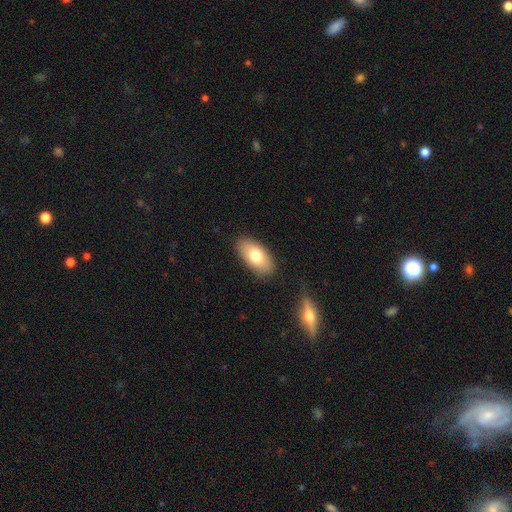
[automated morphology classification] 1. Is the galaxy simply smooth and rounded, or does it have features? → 73% smooth, 19% featured or disk, 7% star or artifact.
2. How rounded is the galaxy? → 93% in between, 4% round, 3% cigar-shaped.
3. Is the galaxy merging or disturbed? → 86% none, 10% minor disturbance, 3% major disturbance, 2% merger.